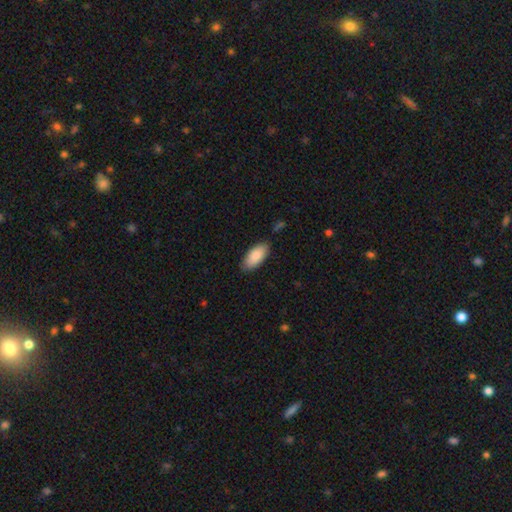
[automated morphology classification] Q: Smooth or featured?
A: smooth (86%); runner-up: featured or disk (8%)
Q: How rounded?
A: in between (91%); runner-up: cigar-shaped (7%)
Q: Merging?
A: none (83%); runner-up: minor disturbance (13%)